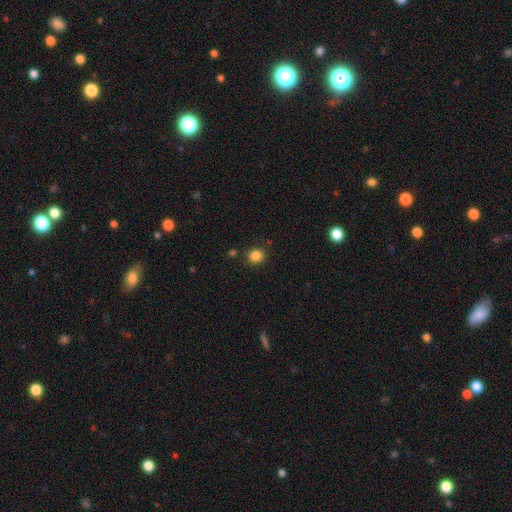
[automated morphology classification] smooth_or_featured: smooth (p=0.85) [alt: star or artifact p=0.12]
how_rounded: round (p=0.89) [alt: in between p=0.10]
merging: none (p=0.87) [alt: minor disturbance p=0.07]